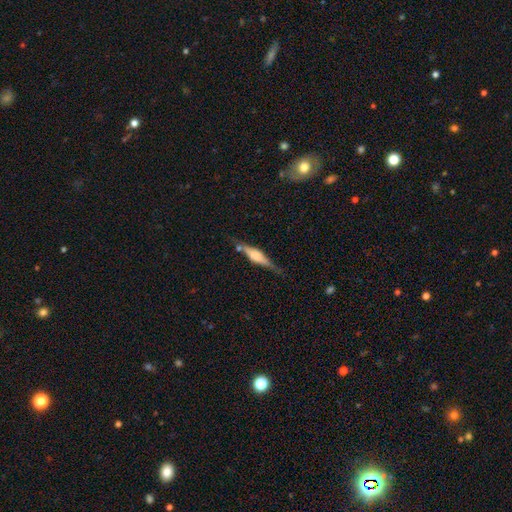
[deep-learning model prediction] featured or disk 61%, smooth 32%, star or artifact 7%. Down the decision tree: edge-on disk — yes (96%); edge-on bulge — rounded (64%); merging — none (74%).